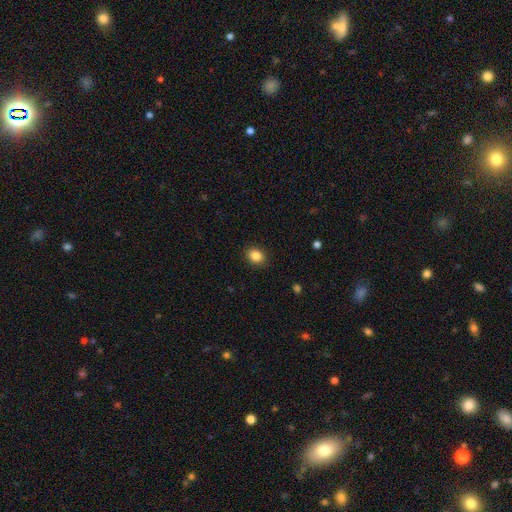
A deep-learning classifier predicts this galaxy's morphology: type=smooth (86%); roundness=round (53%); merging=none (90%).